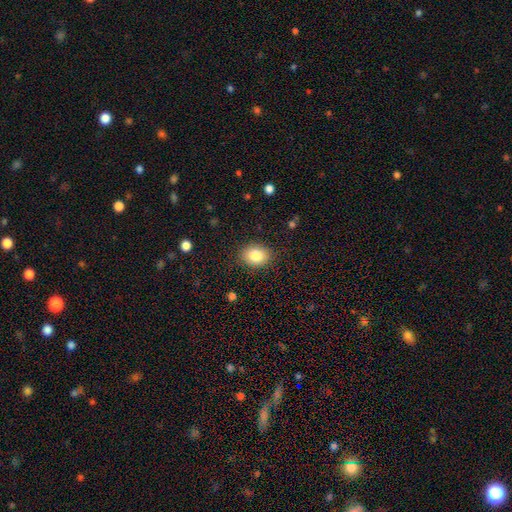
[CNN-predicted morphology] Smooth or featured? smooth (83%)
How rounded? in between (65%)
Merging? none (86%)